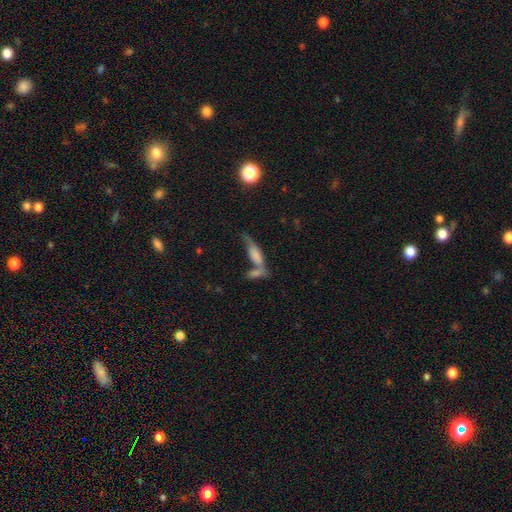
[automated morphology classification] Overall: smooth (67%). How rounded: cigar-shaped (49%; in between 48%). Merging: merger (49%; none 28%).